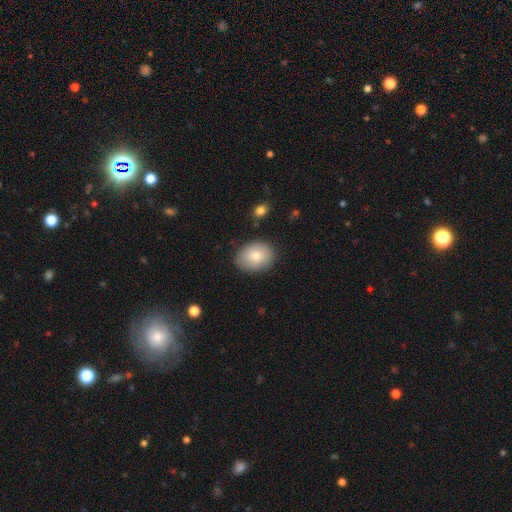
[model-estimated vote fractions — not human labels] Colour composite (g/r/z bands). It shows a smooth galaxy with no disk features (82%) that is in between round and cigar-shaped (66%). Merging: none (84%).